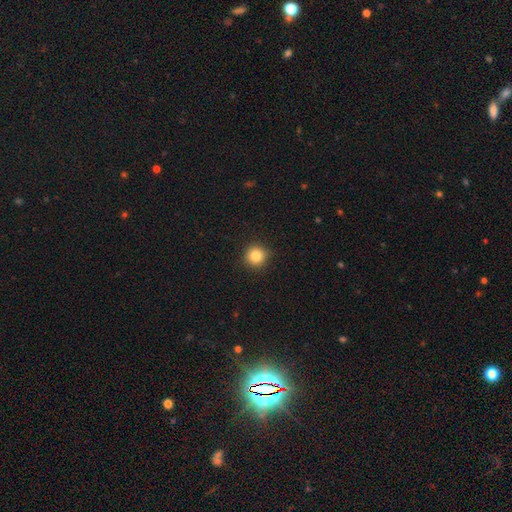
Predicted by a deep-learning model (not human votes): smooth_or_featured: smooth (p=0.84) [alt: star or artifact p=0.11]
how_rounded: round (p=0.94) [alt: in between p=0.05]
merging: none (p=0.91) [alt: minor disturbance p=0.07]